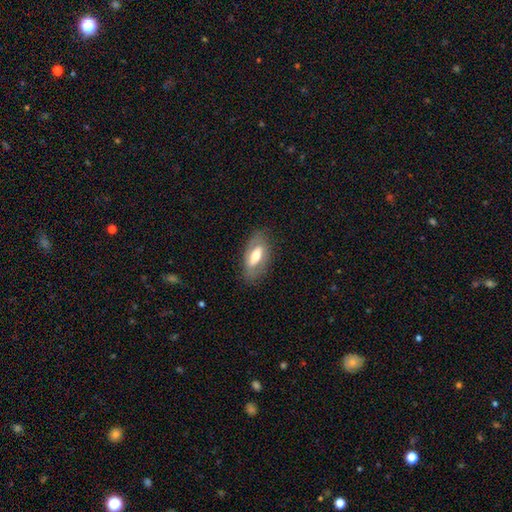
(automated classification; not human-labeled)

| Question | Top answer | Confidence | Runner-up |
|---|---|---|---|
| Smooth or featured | smooth | 47% | tied: featured or disk (47%) |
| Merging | none | 79% | minor disturbance (15%) |